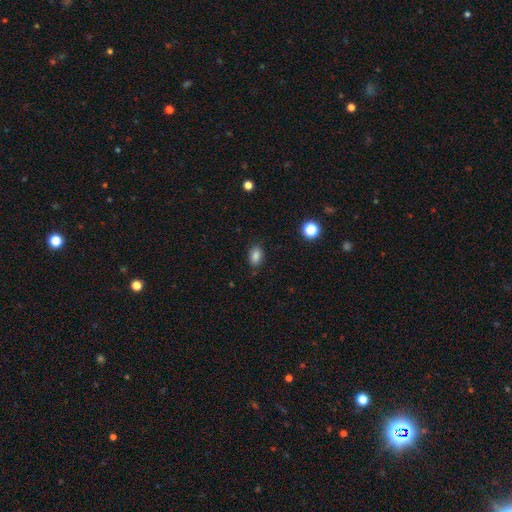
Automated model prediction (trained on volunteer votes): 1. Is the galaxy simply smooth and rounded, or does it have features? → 84% smooth, 11% star or artifact, 5% featured or disk.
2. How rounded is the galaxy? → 83% in between, 15% round, 2% cigar-shaped.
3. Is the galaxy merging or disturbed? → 84% none, 12% minor disturbance, 3% major disturbance, 1% merger.